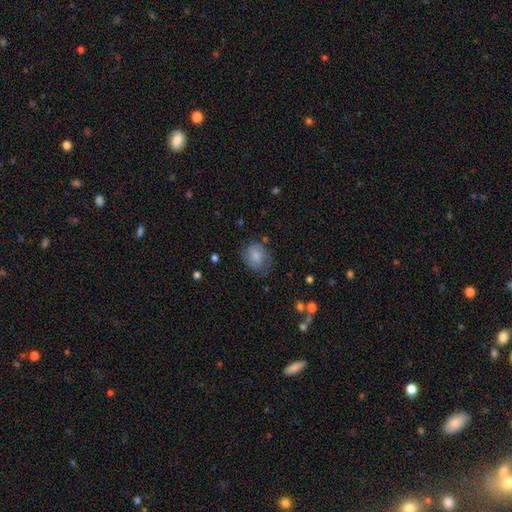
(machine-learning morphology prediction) type=smooth (72%); roundness=round (57%); merging=none (61%).